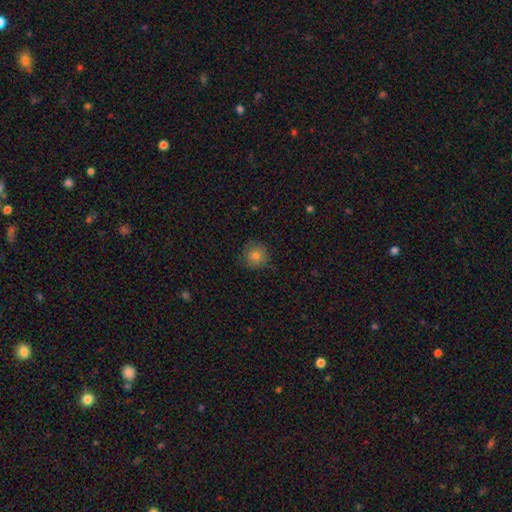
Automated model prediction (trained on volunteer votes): smooth-or-featured: smooth: 78% | star or artifact: 13% | featured or disk: 9%
  how-rounded: round: 94% | in between: 5% | cigar-shaped: 1%
  merging: none: 85% | minor disturbance: 11% | major disturbance: 2% | merger: 1%